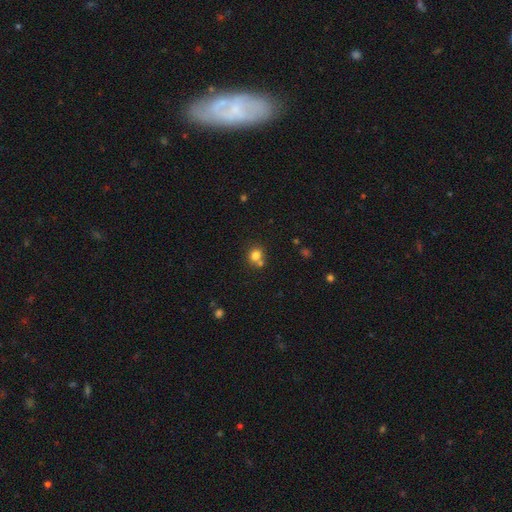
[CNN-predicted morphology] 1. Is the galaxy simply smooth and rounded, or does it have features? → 79% smooth, 13% star or artifact, 8% featured or disk.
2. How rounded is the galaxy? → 79% round, 20% in between, 1% cigar-shaped.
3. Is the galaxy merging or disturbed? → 57% none, 30% merger, 9% minor disturbance, 3% major disturbance.